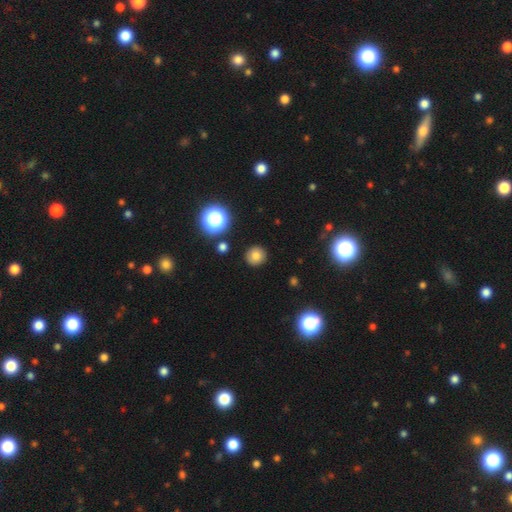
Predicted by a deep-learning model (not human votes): Smooth or featured? Predicted: smooth (p=0.77). How rounded? Predicted: round (p=0.92). Merging? Predicted: none (p=0.90).